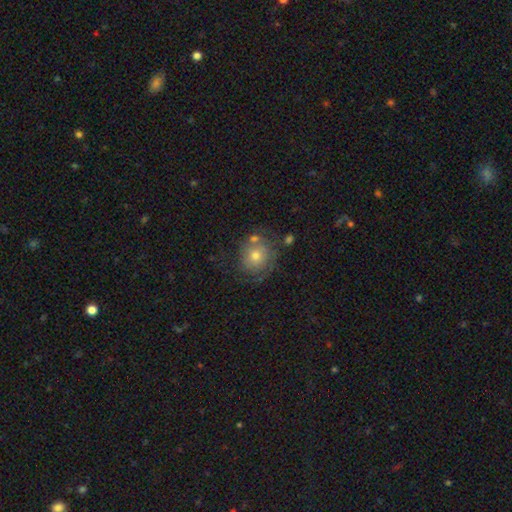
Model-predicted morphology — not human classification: Smooth or featured: smooth — 50% (featured or disk — 38%)
How rounded: round — 83% (in between — 16%)
Merging: none — 62% (minor disturbance — 19%)